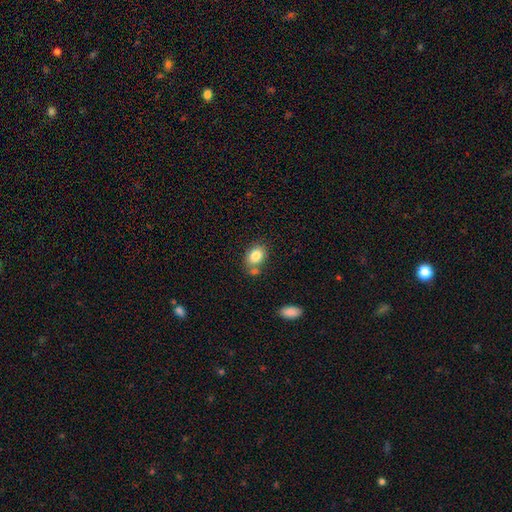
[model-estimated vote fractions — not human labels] Smooth or featured? Predicted: smooth (p=0.82). How rounded? Predicted: in between (p=0.69). Merging? Predicted: none (p=0.62).